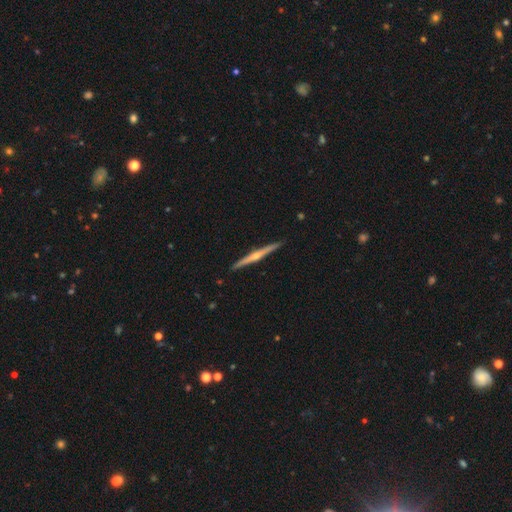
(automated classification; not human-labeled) A featured or disk galaxy (82%) viewed edge-on (98%) with a rounded central bulge (85%).

Vote fractions:
- Smooth or featured? featured or disk: 82% / smooth: 13% / star or artifact: 5%
- Edge-on disk? yes: 98% / no: 2%
- Edge-on bulge? rounded: 85% / none: 10% / boxy: 5%
- Merging? none: 93% / minor disturbance: 5% / major disturbance: 1% / merger: 1%